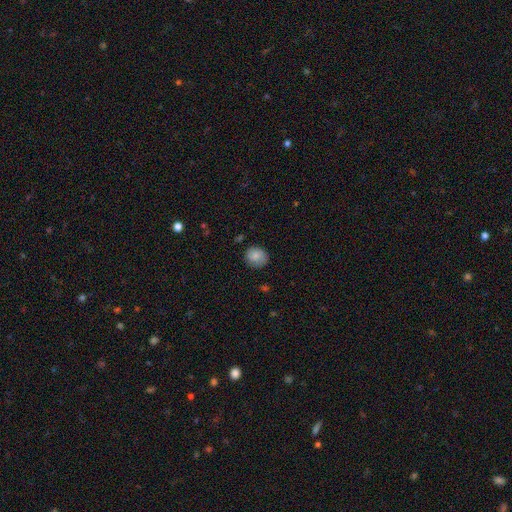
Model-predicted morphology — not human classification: Overall: smooth (78%). How rounded: round (79%). Merging: none (77%).